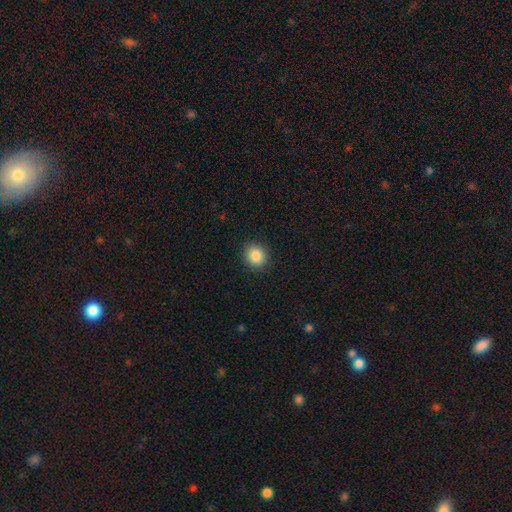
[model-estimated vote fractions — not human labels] smooth_or_featured: smooth (p=0.86) [alt: star or artifact p=0.09]
how_rounded: round (p=0.77) [alt: in between p=0.22]
merging: none (p=0.90) [alt: minor disturbance p=0.07]